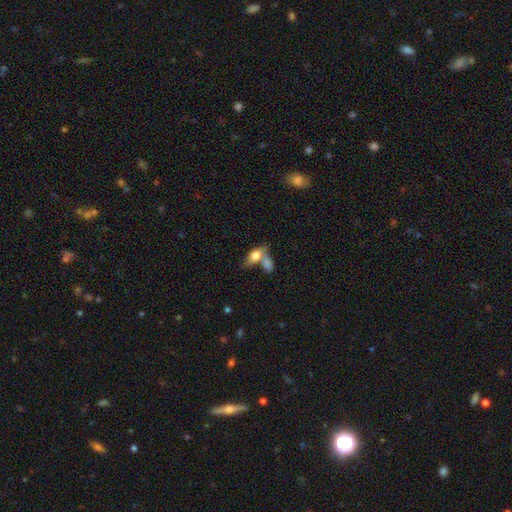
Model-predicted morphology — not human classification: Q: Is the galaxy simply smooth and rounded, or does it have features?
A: smooth — 72%.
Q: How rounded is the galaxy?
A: in between — 82%.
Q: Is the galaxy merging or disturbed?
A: merger — 50%.